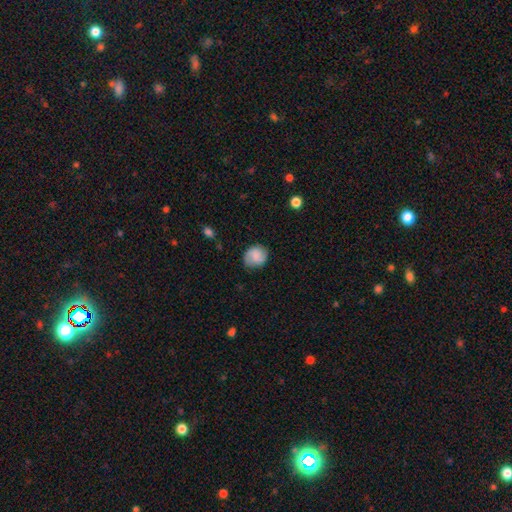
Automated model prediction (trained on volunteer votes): smooth-or-featured: smooth: 67% | featured or disk: 24% | star or artifact: 8%
  how-rounded: round: 70% | in between: 29% | cigar-shaped: 1%
  merging: none: 78% | minor disturbance: 17% | major disturbance: 4% | merger: 1%